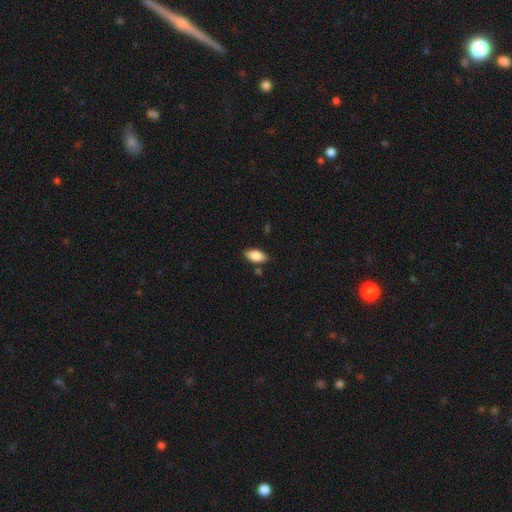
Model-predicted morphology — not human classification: A smooth galaxy with no disk features (83%) that is in between round and cigar-shaped (91%). Merging: none (81%).